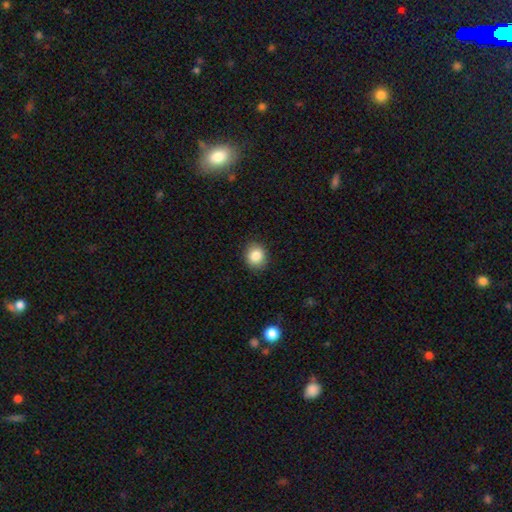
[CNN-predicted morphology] type=smooth (85%); roundness=round (73%); merging=none (89%).